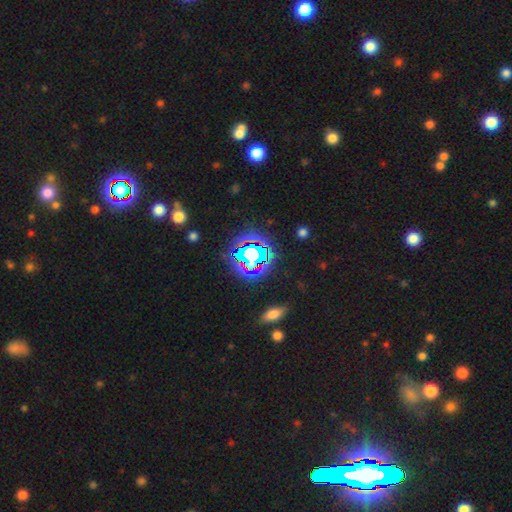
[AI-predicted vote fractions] Smooth or featured? star or artifact (80%)